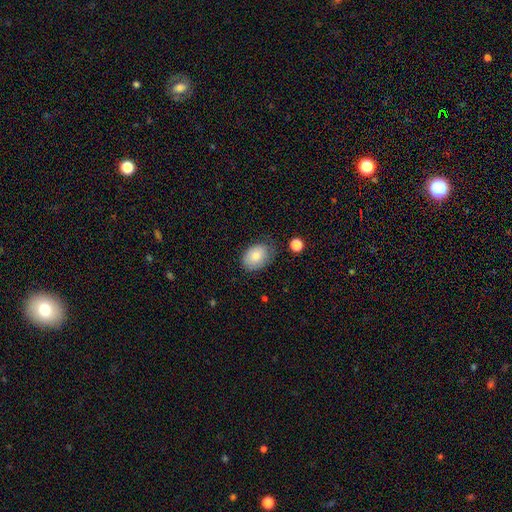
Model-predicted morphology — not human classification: A smooth galaxy with no disk features (80%) that is in between round and cigar-shaped (80%). Merging: none (65%).